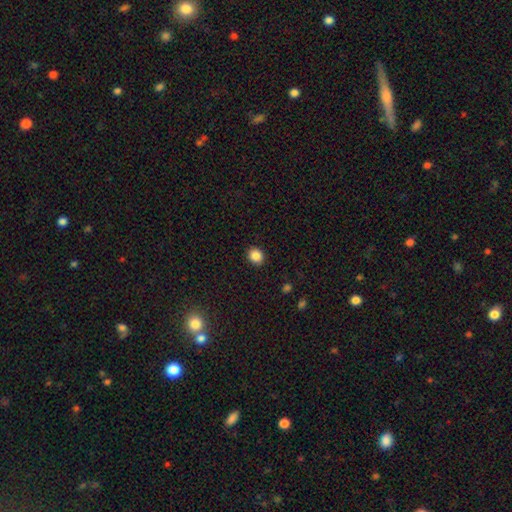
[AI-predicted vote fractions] A smooth galaxy with no disk features (87%) that is round (72%).

Vote fractions:
- Smooth or featured? smooth: 87% / star or artifact: 10% / featured or disk: 3%
- How rounded? round: 72% / in between: 27% / cigar-shaped: 1%
- Merging? none: 91% / minor disturbance: 6% / major disturbance: 2% / merger: 1%